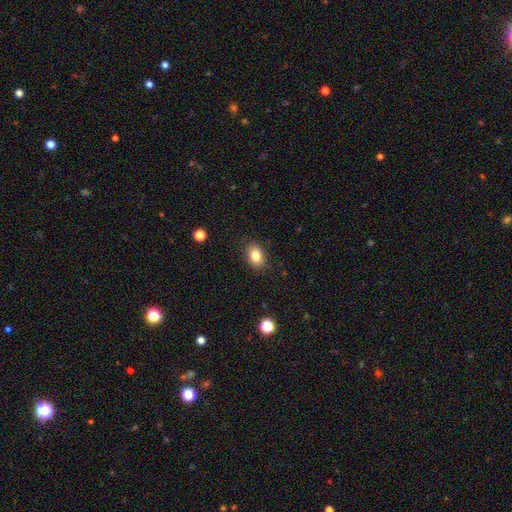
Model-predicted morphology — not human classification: This appears to be a smooth galaxy with no disk features (84%) that is in between round and cigar-shaped (79%). Merging: none (87%).